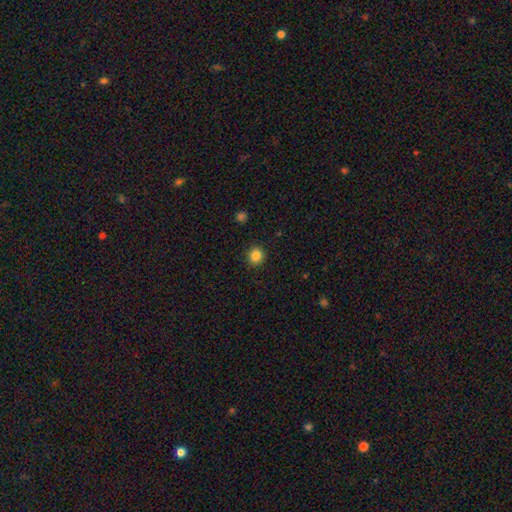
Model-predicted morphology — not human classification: Q: Smooth or featured?
A: smooth (85%); runner-up: star or artifact (11%)
Q: How rounded?
A: round (92%); runner-up: in between (7%)
Q: Merging?
A: none (91%); runner-up: minor disturbance (6%)